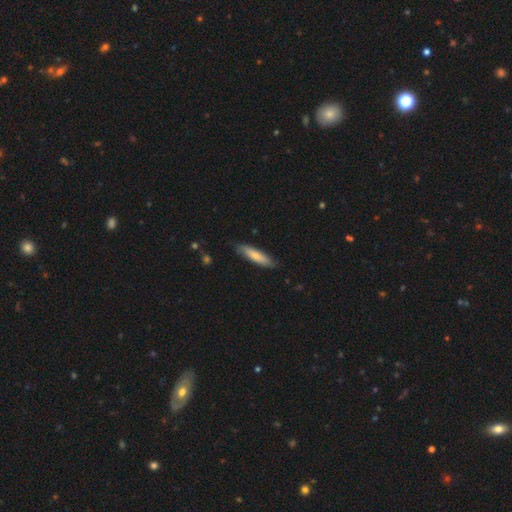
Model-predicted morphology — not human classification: The model was most divided on "how rounded": cigar-shaped: 75%, in between: 24%, round: 1%. More confident: merging — none (82%); smooth or featured — smooth (74%).